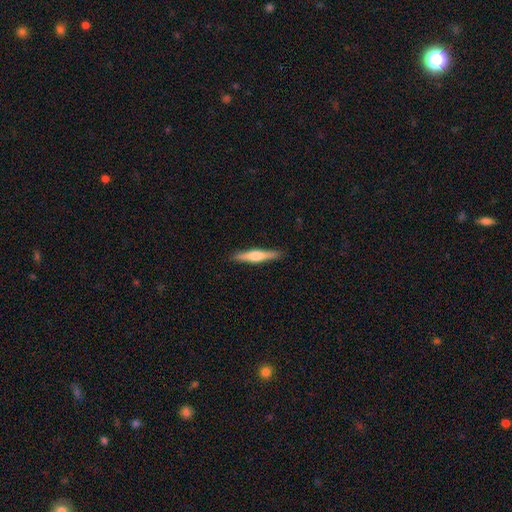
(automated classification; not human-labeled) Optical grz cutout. It shows a featured or disk galaxy (53%) viewed edge-on (97%) with a rounded central bulge (83%). Merging: none (90%).